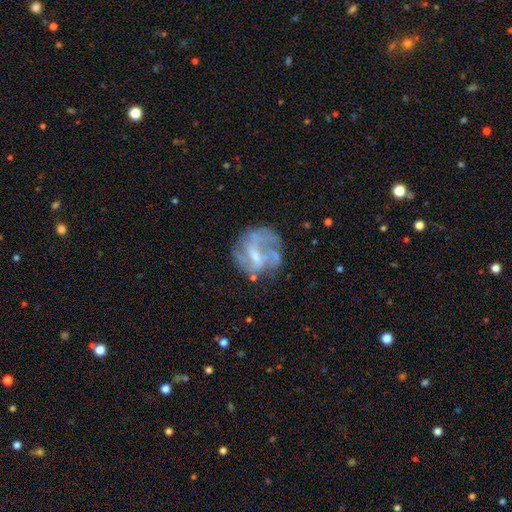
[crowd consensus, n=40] Q: Smooth or featured?
A: featured or disk (68%); runner-up: smooth (25%)
Q: Edge-on disk?
A: no (100%)
Q: Bar?
A: weak (59%); runner-up: no (33%)
Q: Spiral arms?
A: yes (81%); runner-up: no (19%)
Q: Spiral winding?
A: medium (41%); runner-up: loose (32%)
Q: Spiral arm count?
A: can't tell (50%); runner-up: 3 (32%)
Q: Bulge size?
A: small (41%); runner-up: moderate (37%)
Q: Merging?
A: none (62%); runner-up: minor disturbance (27%)